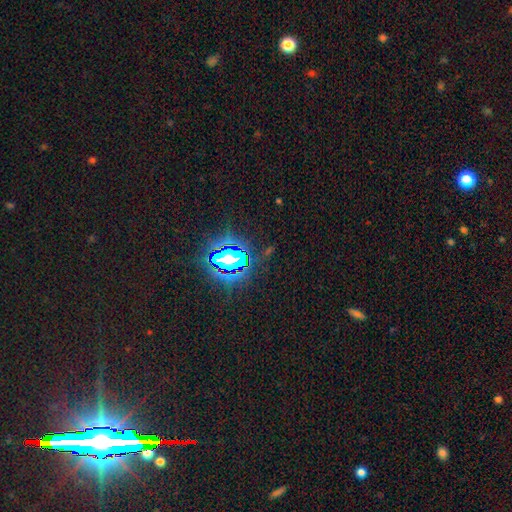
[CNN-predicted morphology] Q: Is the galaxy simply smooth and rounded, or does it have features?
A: star or artifact — 83%.